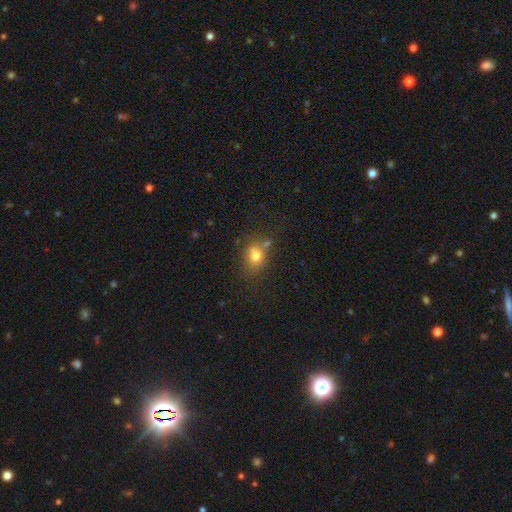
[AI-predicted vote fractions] Smooth or featured? smooth (74%)
How rounded? round (51%)
Merging? none (58%)